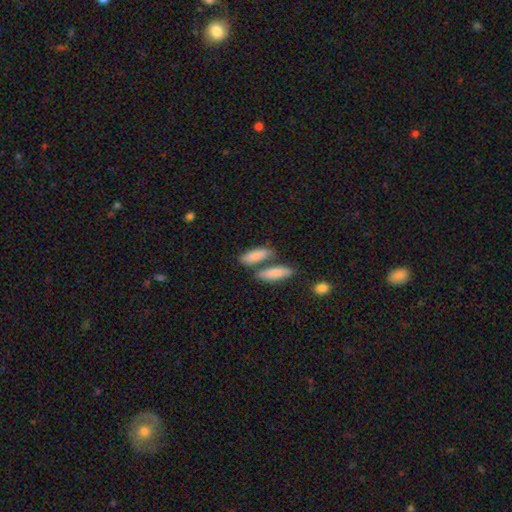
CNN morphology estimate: The model was most divided on "merging": none: 49%, merger: 36%, minor disturbance: 11%, major disturbance: 4%. More confident: smooth or featured — smooth (84%); how rounded — in between (61%).